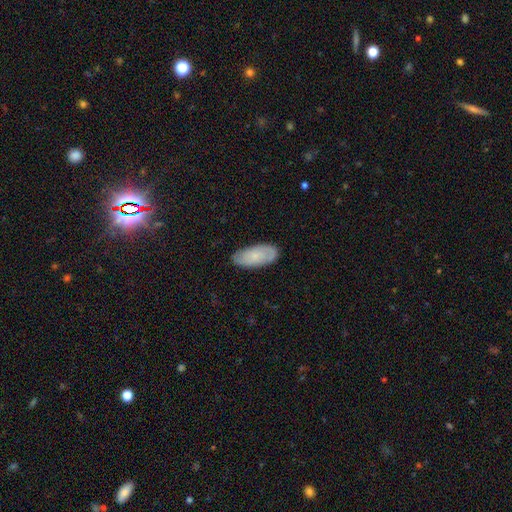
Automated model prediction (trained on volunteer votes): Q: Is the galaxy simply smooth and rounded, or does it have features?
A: smooth — 63%.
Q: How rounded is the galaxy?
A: in between — 90%.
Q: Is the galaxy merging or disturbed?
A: none — 82%.